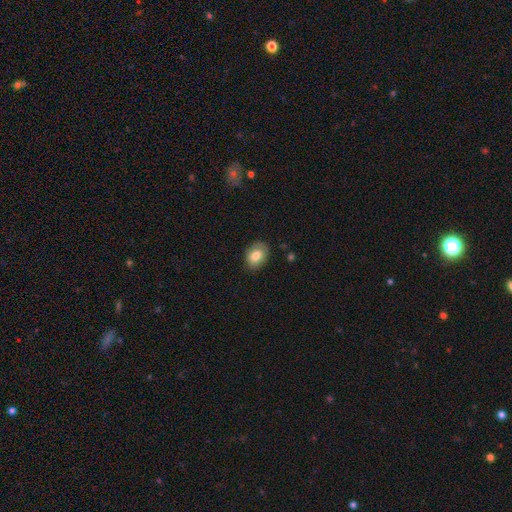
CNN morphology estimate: Smooth or featured? Predicted: smooth (p=0.80). How rounded? Predicted: in between (p=0.70). Merging? Predicted: none (p=0.81).